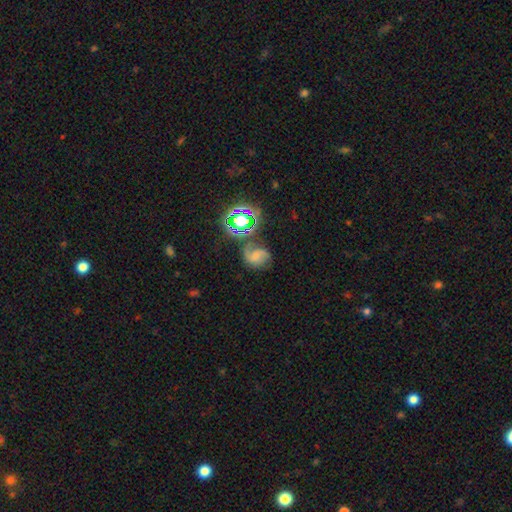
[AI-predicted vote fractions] Smooth or featured? featured or disk (54%)
Edge-on disk? no (97%)
Bar? no (53%)
Spiral arms? yes (91%)
Bulge size? small (36%)
Merging? none (53%)